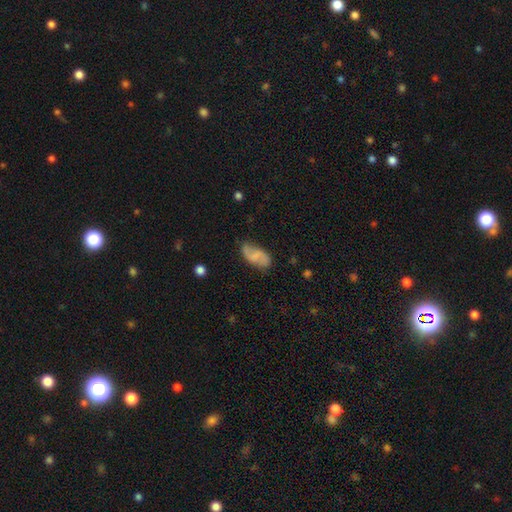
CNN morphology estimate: featured or disk 58%, smooth 35%, star or artifact 7%. Down the decision tree: edge-on disk — no (96%); bar — weak (47%); spiral arms — yes (89%); bulge size — none (50%); merging — none (73%).